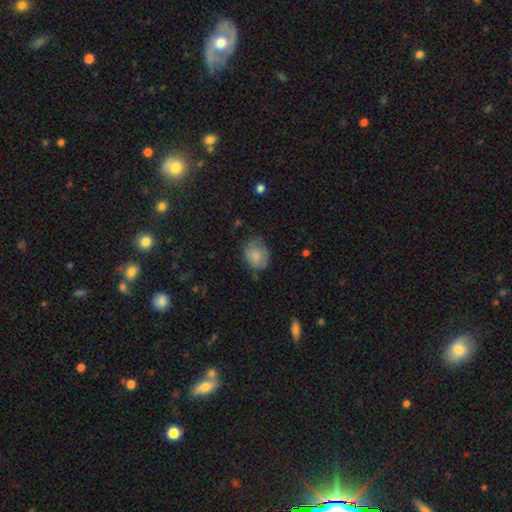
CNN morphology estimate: smooth 80%, featured or disk 12%, star or artifact 8%. Down the decision tree: how rounded — in between (50%, tied with round); merging — none (61%).